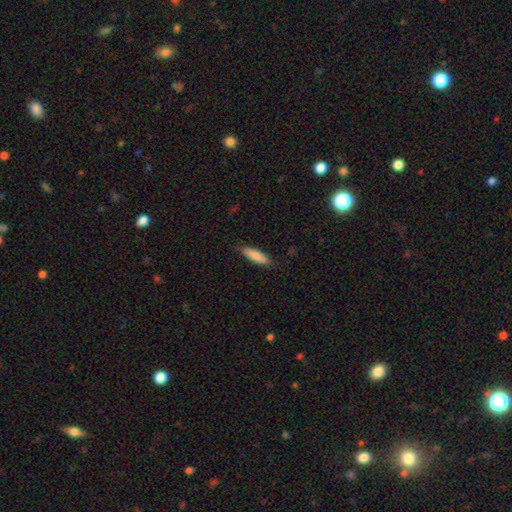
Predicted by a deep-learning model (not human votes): This appears to be a smooth galaxy with no disk features (85%) that is cigar-shaped (66%). Merging: none (86%).